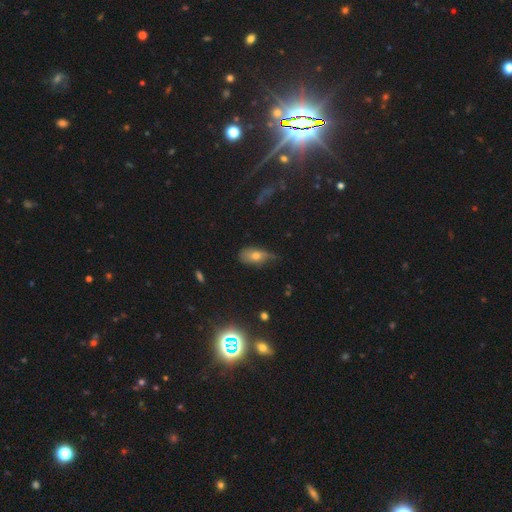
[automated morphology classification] A smooth galaxy with no disk features (63%) that is in between round and cigar-shaped (86%). Merging: minor disturbance (42%).